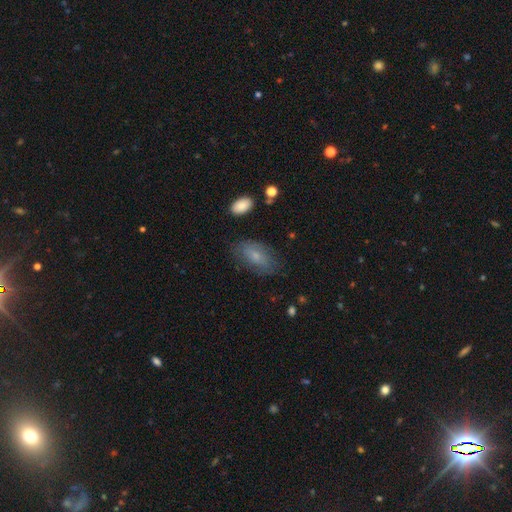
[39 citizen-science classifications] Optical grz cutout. It shows a smooth galaxy with no disk features (72%) that is in between round and cigar-shaped (100%). Merging: none (79%).